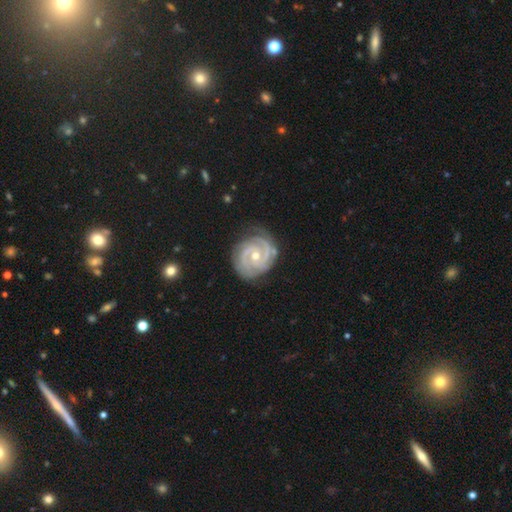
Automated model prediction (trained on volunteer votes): Smooth or featured? Predicted: featured or disk (p=0.92). Edge-on disk? Predicted: no (p=0.98). Bar? Predicted: no (p=0.60). Spiral arms? Predicted: yes (p=0.98). Spiral winding? Predicted: tight (p=0.74). Spiral arm count? Predicted: 2 (p=0.59). Bulge size? Predicted: moderate (p=0.54). Merging? Predicted: none (p=0.78).